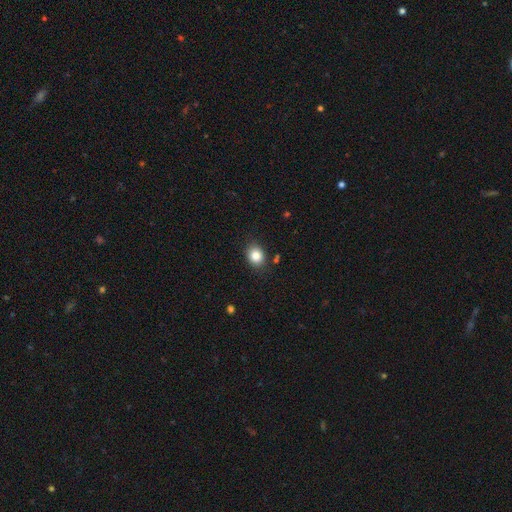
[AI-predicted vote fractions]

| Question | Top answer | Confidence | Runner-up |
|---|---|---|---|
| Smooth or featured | smooth | 84% | star or artifact (10%) |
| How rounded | round | 54% | in between (45%) |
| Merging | none | 84% | minor disturbance (11%) |